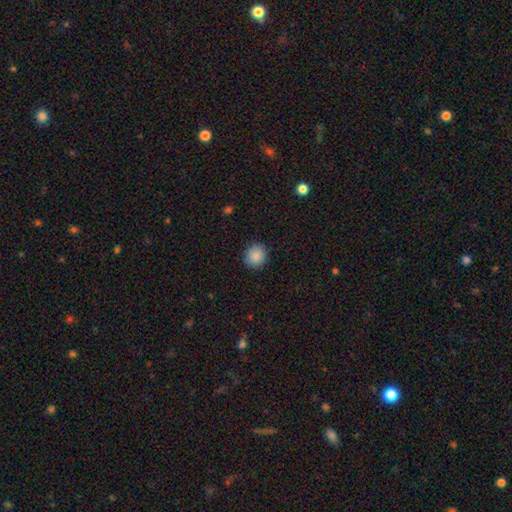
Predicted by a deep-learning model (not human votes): A smooth galaxy with no disk features (88%) that is round (83%). Merging: none (88%).